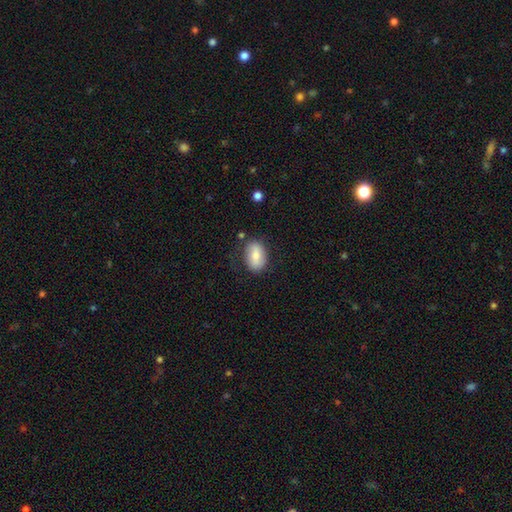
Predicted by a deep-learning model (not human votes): The model was most divided on "merging": none: 74%, minor disturbance: 18%, major disturbance: 5%, merger: 3%. More confident: how rounded — in between (87%); smooth or featured — smooth (76%).